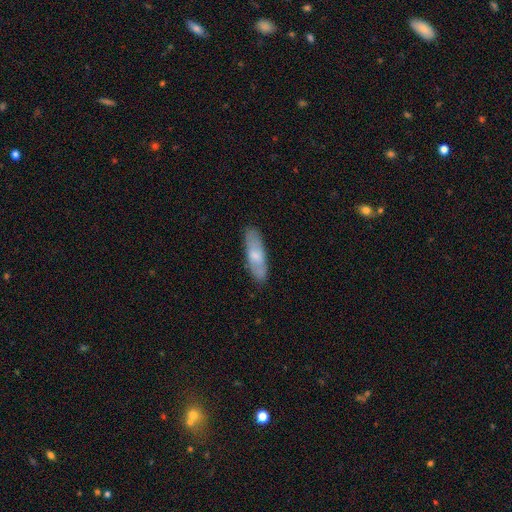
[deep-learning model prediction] Smooth or featured?
  - smooth: 68% *
  - featured or disk: 26%
  - star or artifact: 6%
How rounded?
  - cigar-shaped: 51% *
  - in between: 48%
  - round: 2%
Merging?
  - none: 82% *
  - minor disturbance: 14%
  - major disturbance: 3%
  - merger: 1%